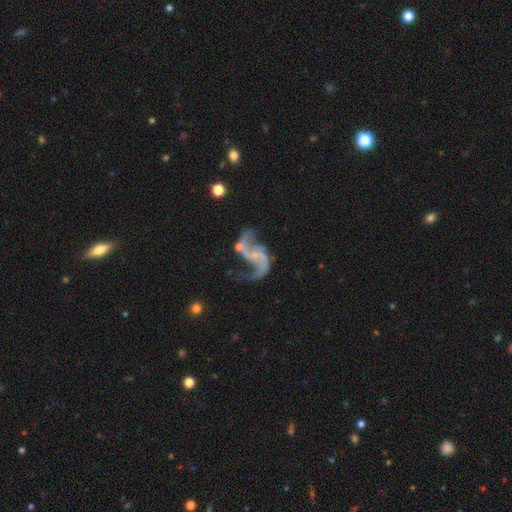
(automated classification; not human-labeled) smooth-or-featured: featured or disk: 90% | star or artifact: 6% | smooth: 4%
  disk-edge-on: no: 98% | yes: 2%
    bar: no: 50% | weak: 37% | strong: 13%
    has-spiral-arms: yes: 95% | no: 5%
      spiral-winding: loose: 81% | medium: 15% | tight: 3%
      spiral-arm-count: 2: 92% | 1: 3% | can't tell: 2% | 3: 1% | 4: 1% | more than 4: 1%
    bulge-size: small: 60% | none: 28% | moderate: 10% | large: 1% | dominant: 1%
  merging: none: 50% | major disturbance: 21% | minor disturbance: 18% | merger: 12%